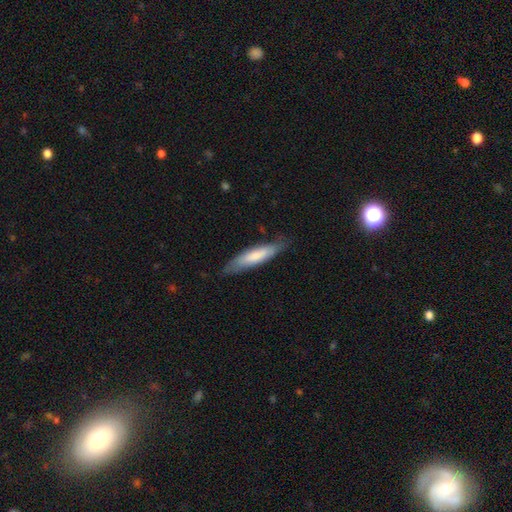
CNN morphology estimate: The model was most divided on "smooth or featured": smooth: 71%, featured or disk: 24%, star or artifact: 5%. More confident: merging — none (78%); how rounded — cigar-shaped (76%).